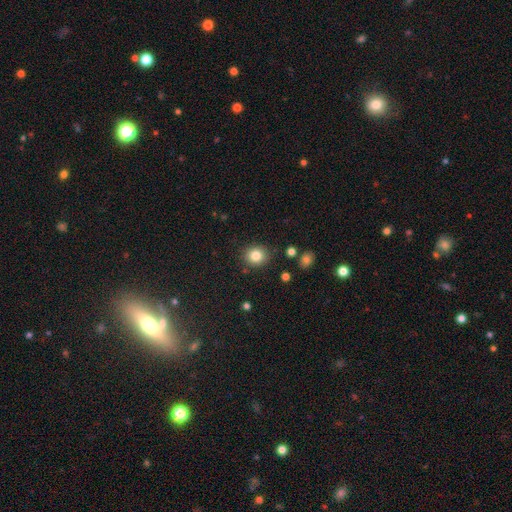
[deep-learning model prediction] Morphology: type=smooth (83%); roundness=round (82%); merging=none (87%).